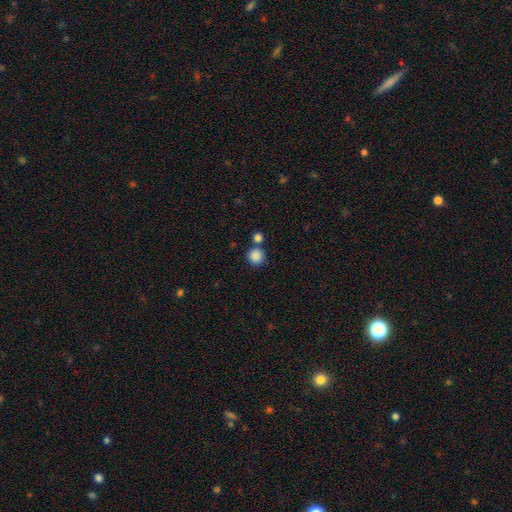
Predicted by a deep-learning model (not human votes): Smooth or featured? Predicted: smooth (p=0.87). How rounded? Predicted: round (p=0.92). Merging? Predicted: none (p=0.70).